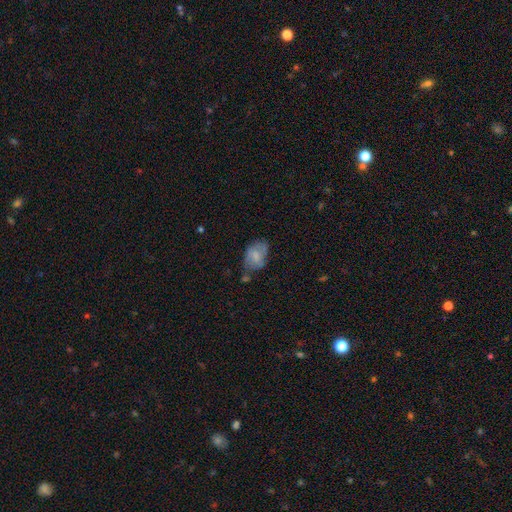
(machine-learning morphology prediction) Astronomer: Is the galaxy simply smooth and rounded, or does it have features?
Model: smooth — 58% (runner-up: featured or disk, 33%).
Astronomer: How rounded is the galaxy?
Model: in between — 80%.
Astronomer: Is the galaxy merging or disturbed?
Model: none — 47% (runner-up: minor disturbance, 32%).